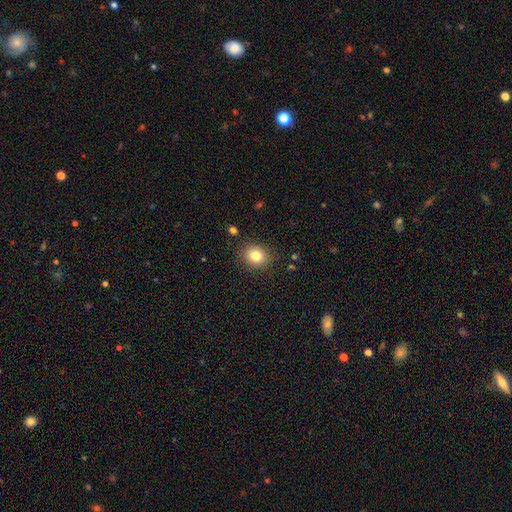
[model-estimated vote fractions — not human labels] Q: Smooth or featured?
A: smooth (81%); runner-up: star or artifact (11%)
Q: How rounded?
A: round (68%); runner-up: in between (31%)
Q: Merging?
A: none (88%); runner-up: minor disturbance (8%)